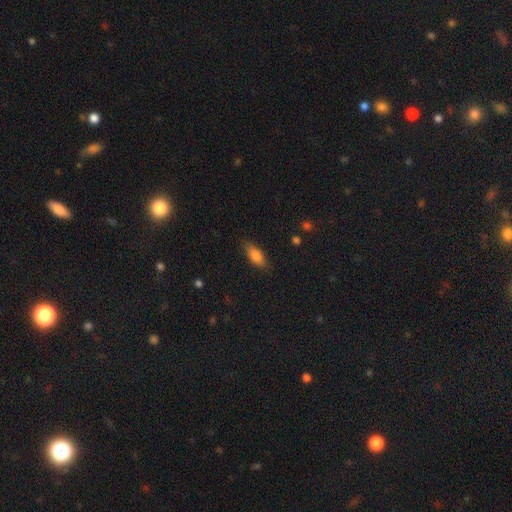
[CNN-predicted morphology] A smooth galaxy with no disk features (82%) that is in between round and cigar-shaped (79%). Merging: none (84%).